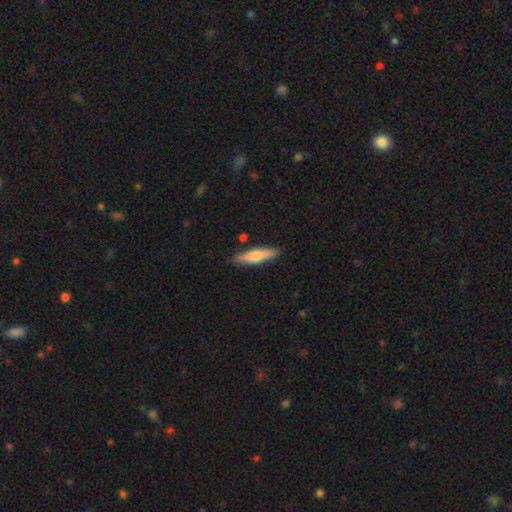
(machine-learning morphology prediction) A smooth galaxy with no disk features (57%) that is cigar-shaped (81%). Merging: none (88%).